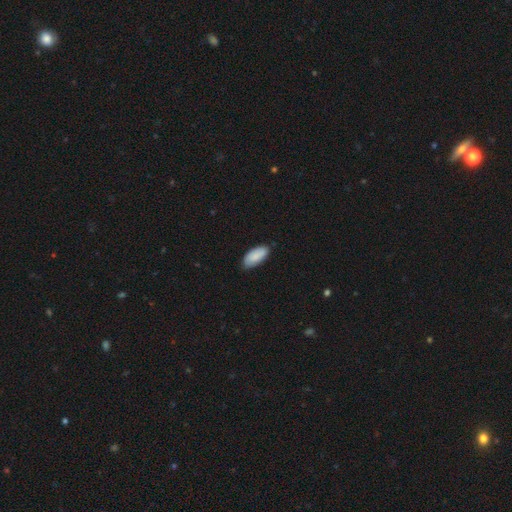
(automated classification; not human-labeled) A smooth galaxy with no disk features (84%) that is in between round and cigar-shaped (92%).

Vote fractions:
- Smooth or featured? smooth: 84% / featured or disk: 11% / star or artifact: 6%
- How rounded? in between: 92% / cigar-shaped: 6% / round: 2%
- Merging? none: 81% / minor disturbance: 16% / major disturbance: 2% / merger: 1%